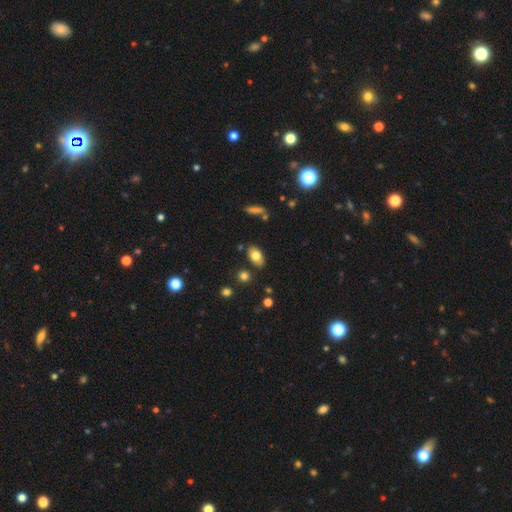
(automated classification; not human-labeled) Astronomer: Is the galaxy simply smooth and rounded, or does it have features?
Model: smooth — 76%.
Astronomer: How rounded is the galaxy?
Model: in between — 91%.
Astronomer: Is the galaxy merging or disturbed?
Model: none — 80%.